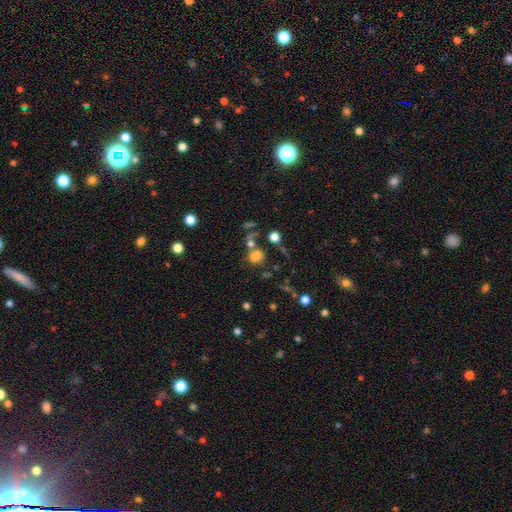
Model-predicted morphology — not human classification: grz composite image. It shows a smooth galaxy with no disk features (76%) that is round (77%). Merging: none (58%).